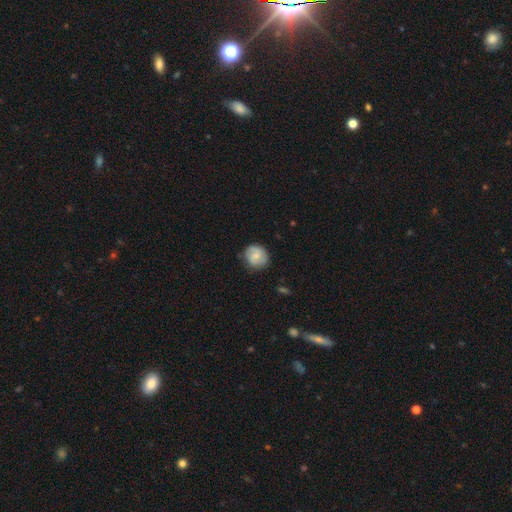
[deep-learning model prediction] This is possibly a smooth galaxy (57%). How rounded: clearly round (86%). Merging: likely none (74%).